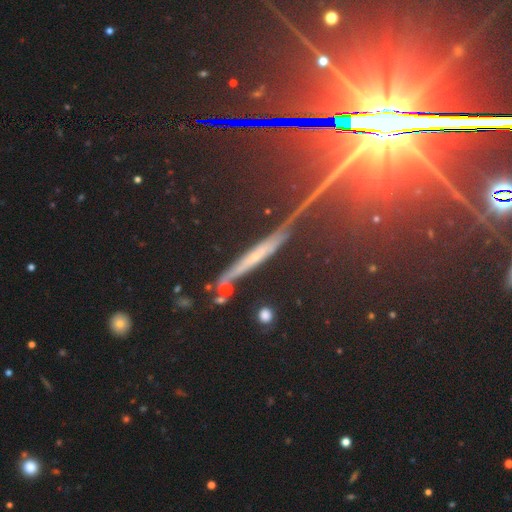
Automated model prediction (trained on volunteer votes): Q: Smooth or featured?
A: featured or disk (46%); runner-up: star or artifact (34%)
Q: Merging?
A: none (81%); runner-up: minor disturbance (12%)